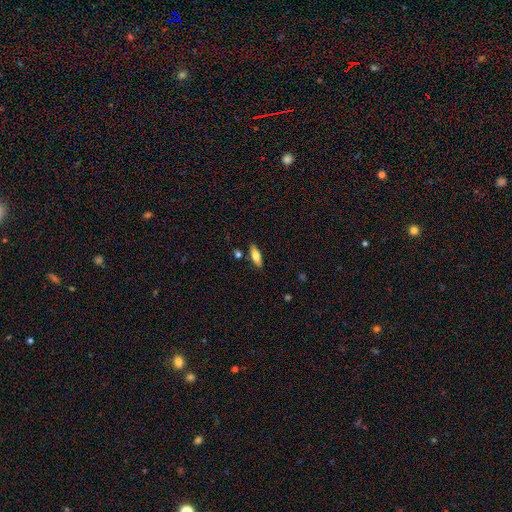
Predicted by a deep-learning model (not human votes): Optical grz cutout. It shows a smooth galaxy with no disk features (70%) that is in between round and cigar-shaped (64%). Merging: none (83%).